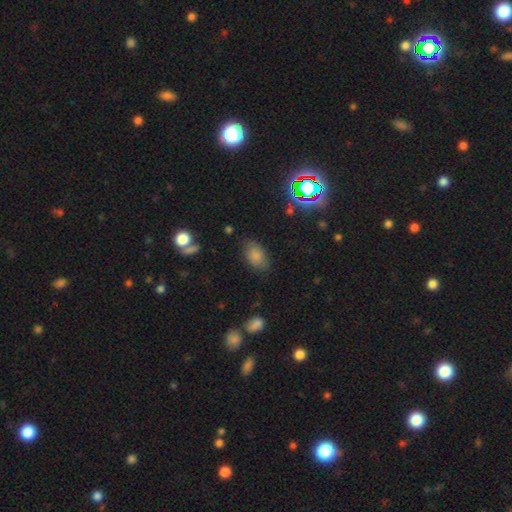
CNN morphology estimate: This appears to be a smooth galaxy with no disk features (81%) that is in between round and cigar-shaped (90%). Merging: none (78%).